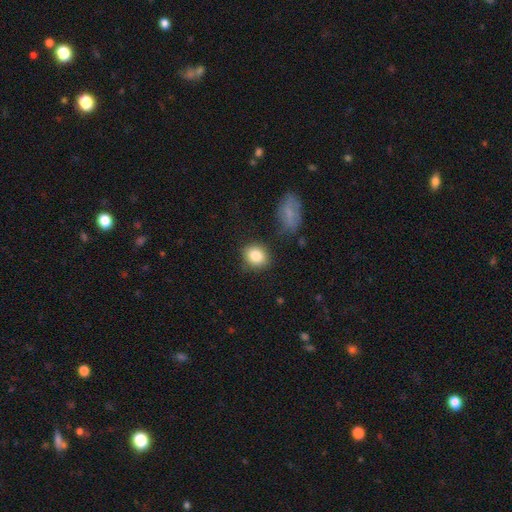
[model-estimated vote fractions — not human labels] smooth_or_featured: smooth (p=0.84) [alt: star or artifact p=0.09]
how_rounded: round (p=0.64) [alt: in between p=0.35]
merging: none (p=0.81) [alt: minor disturbance p=0.12]